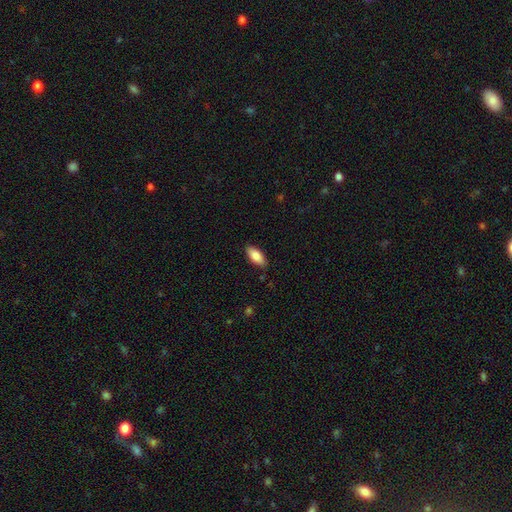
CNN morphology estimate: Smooth or featured?
  - smooth: 83% *
  - featured or disk: 11%
  - star or artifact: 6%
How rounded?
  - in between: 85% *
  - cigar-shaped: 13%
  - round: 2%
Merging?
  - none: 86% *
  - minor disturbance: 11%
  - major disturbance: 2%
  - merger: 1%